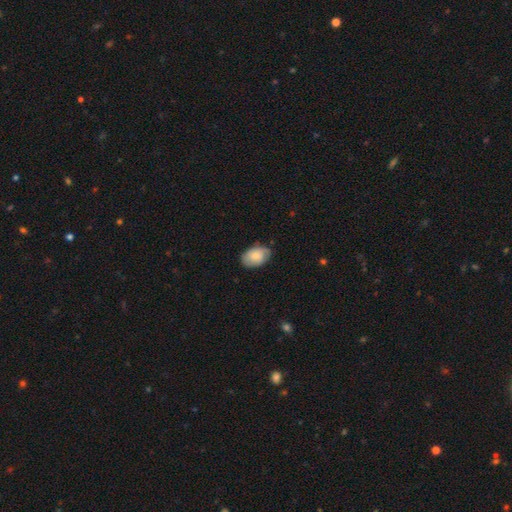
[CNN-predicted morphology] This is likely a smooth galaxy (68%). How rounded: clearly in between (89%). Merging: likely none (74%).